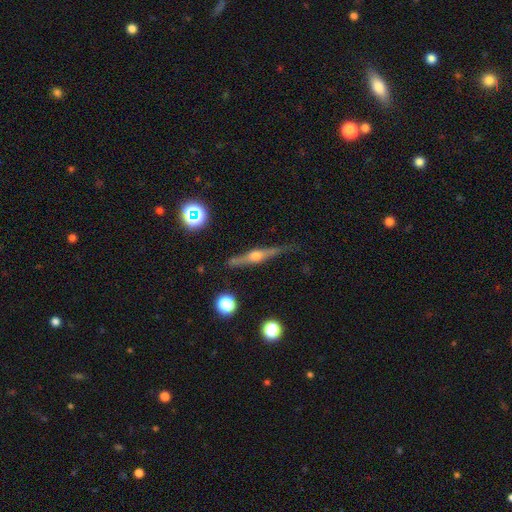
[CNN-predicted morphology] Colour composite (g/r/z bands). It shows a featured or disk galaxy (73%) viewed edge-on (97%) with a rounded central bulge (91%). Merging: none (81%).